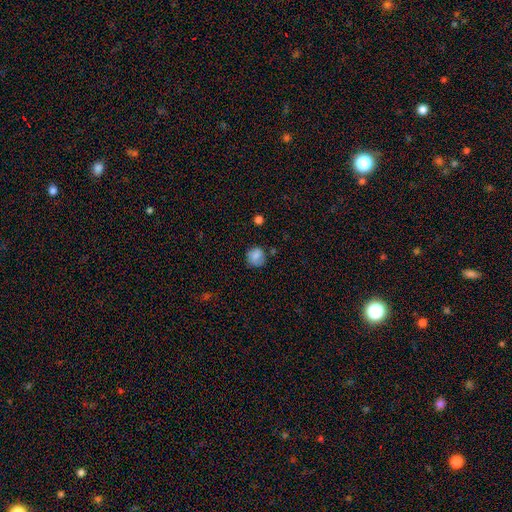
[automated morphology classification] This appears to be a smooth galaxy with no disk features (82%) that is round (87%). Merging: none (75%).